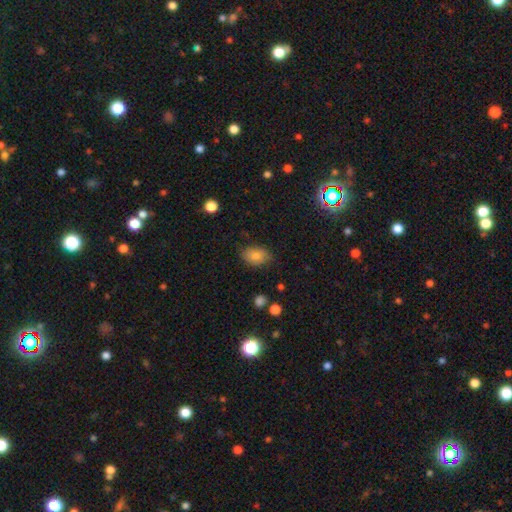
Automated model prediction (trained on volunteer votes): smooth-or-featured: smooth: 77% | star or artifact: 11% | featured or disk: 11%
  how-rounded: in between: 81% | round: 17% | cigar-shaped: 1%
  merging: none: 79% | minor disturbance: 17% | major disturbance: 3% | merger: 1%